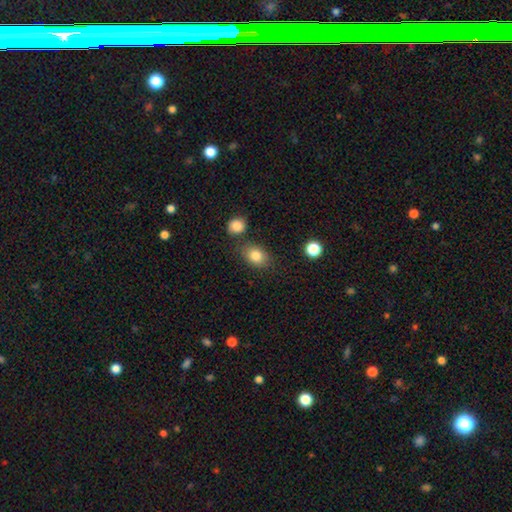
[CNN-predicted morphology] type=smooth (83%); roundness=in between (69%); merging=none (74%).